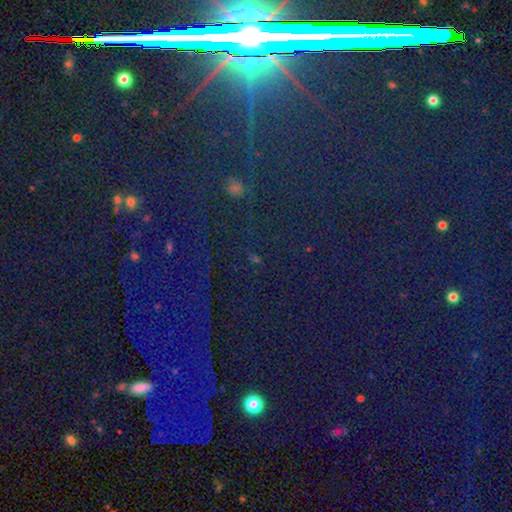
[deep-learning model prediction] Overall: star or artifact (83%).